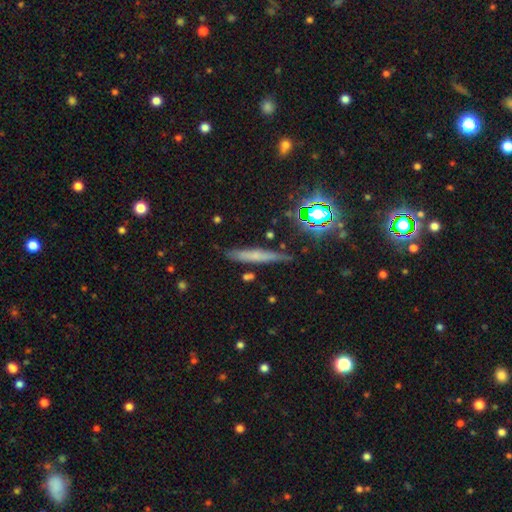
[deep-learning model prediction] Smooth or featured? Predicted: smooth (p=0.51). How rounded? Predicted: cigar-shaped (p=0.90). Merging? Predicted: none (p=0.82).